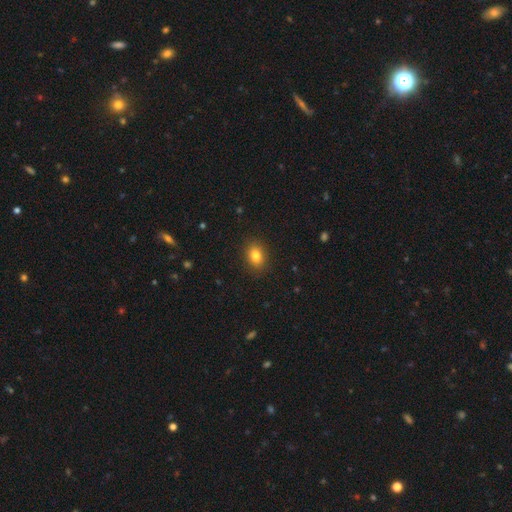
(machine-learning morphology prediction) Smooth or featured?
  - smooth: 82% *
  - star or artifact: 10%
  - featured or disk: 7%
How rounded?
  - in between: 64% *
  - round: 34%
  - cigar-shaped: 1%
Merging?
  - none: 89% *
  - minor disturbance: 8%
  - major disturbance: 2%
  - merger: 1%